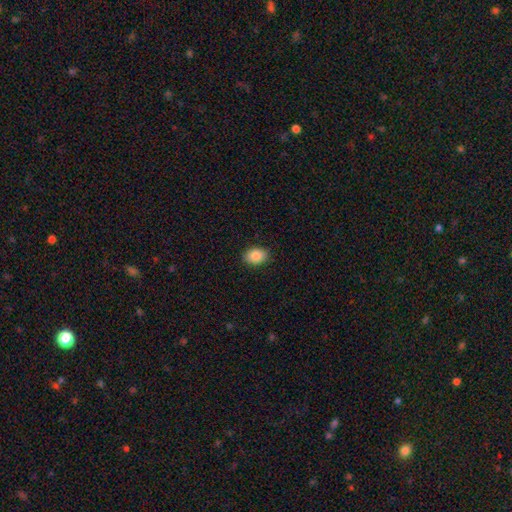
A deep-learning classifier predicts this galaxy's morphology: A smooth galaxy with no disk features (87%) that is in between round and cigar-shaped (75%). Merging: none (89%).